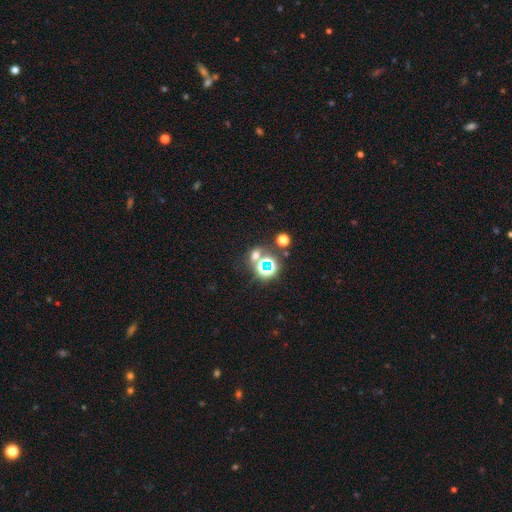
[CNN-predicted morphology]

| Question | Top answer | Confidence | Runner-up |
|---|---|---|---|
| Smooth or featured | star or artifact | 48% | smooth (42%) |